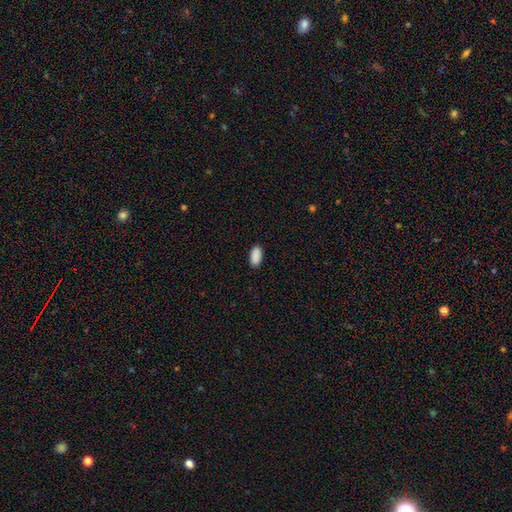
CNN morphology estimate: A smooth galaxy with no disk features (91%) that is in between round and cigar-shaped (94%).

Vote fractions:
- Smooth or featured? smooth: 91% / star or artifact: 7% / featured or disk: 2%
- How rounded? in between: 94% / cigar-shaped: 4% / round: 2%
- Merging? none: 89% / minor disturbance: 8% / major disturbance: 2% / merger: 1%